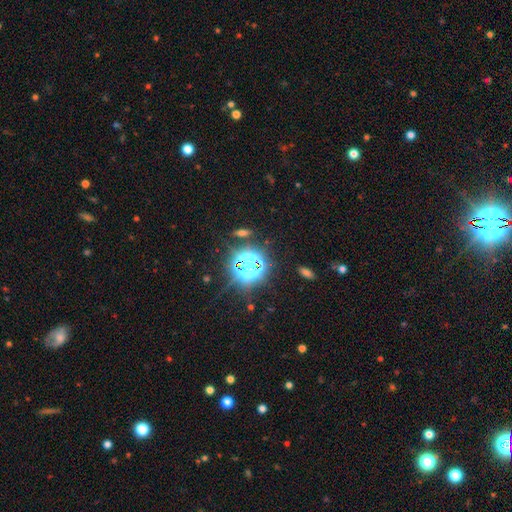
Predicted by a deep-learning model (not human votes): A star or artifact, not a galaxy (83%).